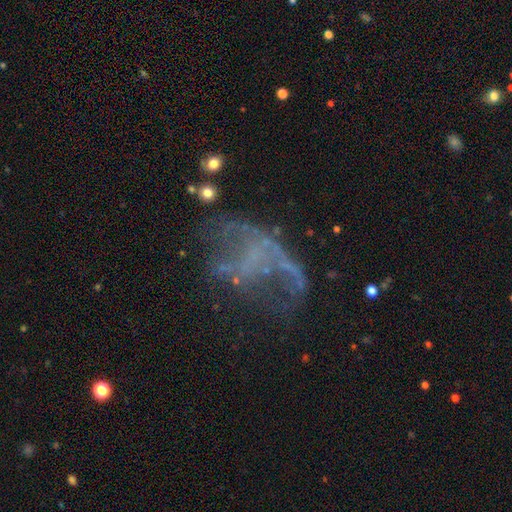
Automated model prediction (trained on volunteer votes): A featured or disk galaxy (61%) with no bar (84%), no spiral arms (77%) and no central bulge (84%).

Vote fractions:
- Smooth or featured? featured or disk: 61% / star or artifact: 23% / smooth: 16%
- Edge-on disk? no: 96% / yes: 4%
- Bar? no: 84% / weak: 11% / strong: 5%
- Spiral arms? no: 77% / yes: 23%
- Bulge size? none: 84% / small: 10% / moderate: 3% / large: 2% / dominant: 1%
- Merging? major disturbance: 44% / none: 34% / minor disturbance: 16% / merger: 7%